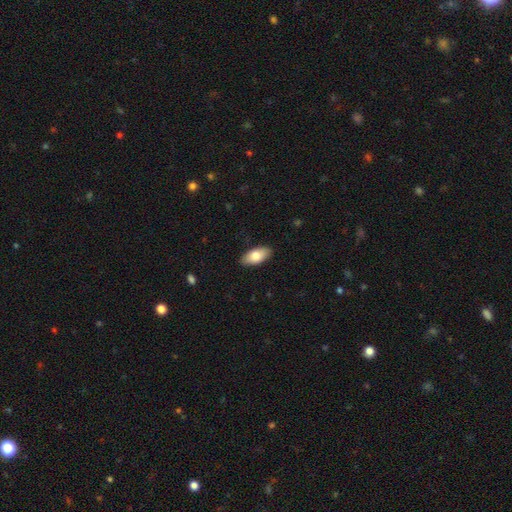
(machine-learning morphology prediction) Smooth or featured? smooth (80%)
How rounded? in between (91%)
Merging? none (88%)